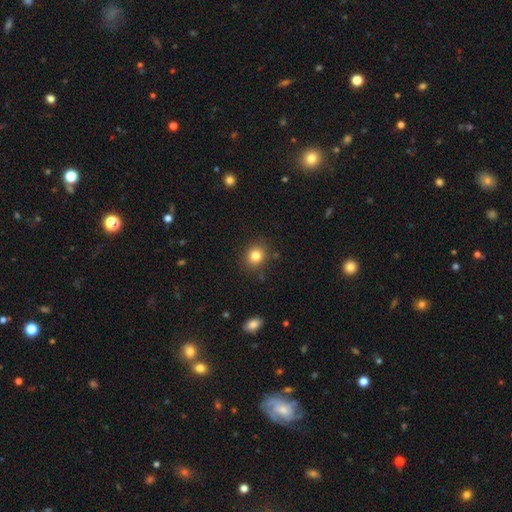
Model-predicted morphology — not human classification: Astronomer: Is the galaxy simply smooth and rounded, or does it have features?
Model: smooth — 82%.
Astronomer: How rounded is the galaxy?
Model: round — 75%.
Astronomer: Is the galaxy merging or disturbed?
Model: none — 87%.